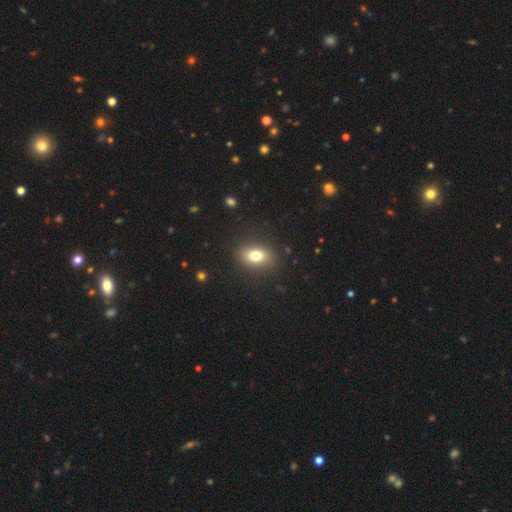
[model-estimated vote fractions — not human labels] Smooth or featured?
  - smooth: 77% *
  - featured or disk: 12%
  - star or artifact: 11%
How rounded?
  - in between: 74% *
  - round: 24%
  - cigar-shaped: 2%
Merging?
  - none: 86% *
  - minor disturbance: 9%
  - major disturbance: 3%
  - merger: 1%